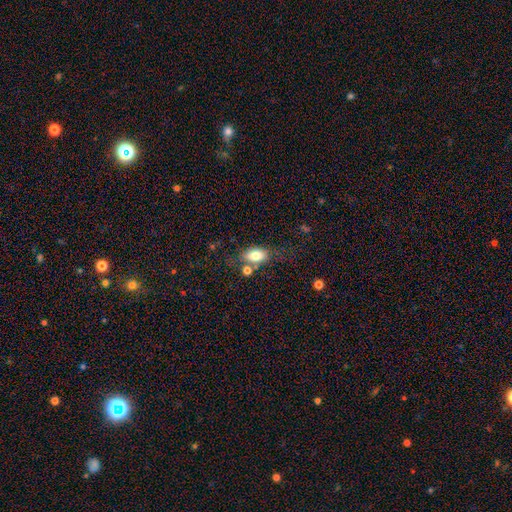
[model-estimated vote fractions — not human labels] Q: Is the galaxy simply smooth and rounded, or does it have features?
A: smooth — 79%.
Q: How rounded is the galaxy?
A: in between — 88%.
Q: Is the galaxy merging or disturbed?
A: none — 61%.